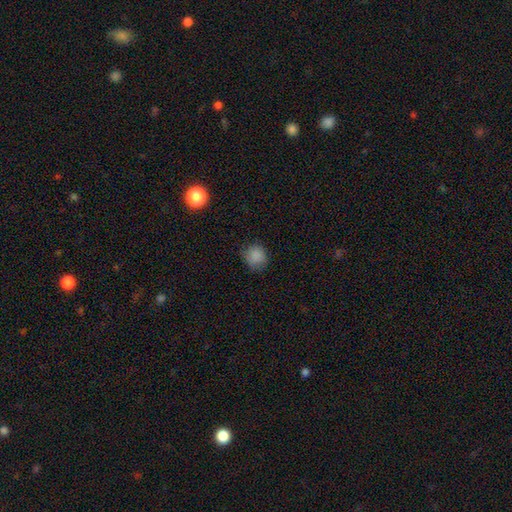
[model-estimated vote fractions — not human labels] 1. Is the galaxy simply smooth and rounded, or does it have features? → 86% smooth, 10% star or artifact, 4% featured or disk.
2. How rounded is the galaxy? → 81% round, 18% in between, 1% cigar-shaped.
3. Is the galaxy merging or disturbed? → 77% none, 18% minor disturbance, 4% major disturbance, 1% merger.